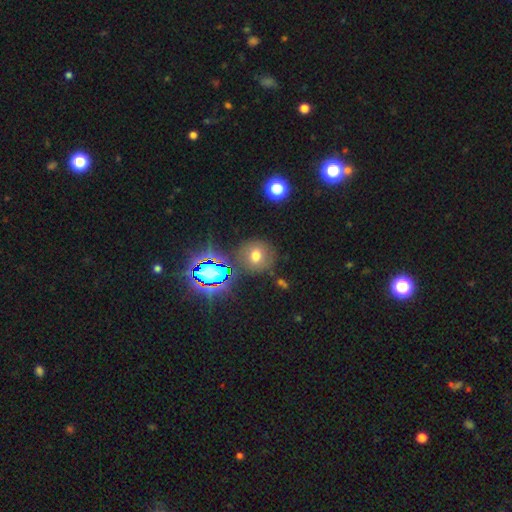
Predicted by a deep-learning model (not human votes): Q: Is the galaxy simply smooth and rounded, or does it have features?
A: smooth — 61%.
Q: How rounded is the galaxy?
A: round — 84%.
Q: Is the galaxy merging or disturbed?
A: none — 80%.